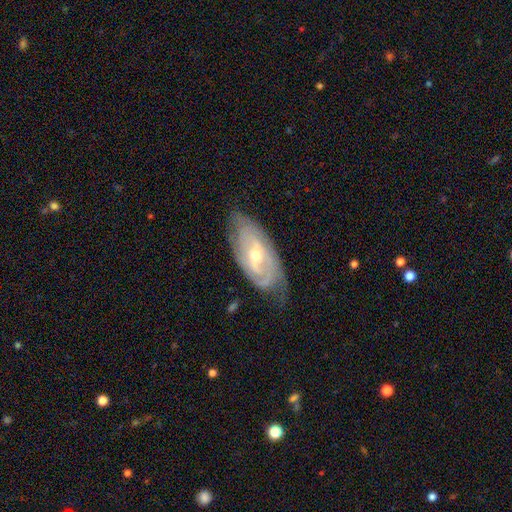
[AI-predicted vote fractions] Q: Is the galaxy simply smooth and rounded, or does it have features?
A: featured or disk — 80%.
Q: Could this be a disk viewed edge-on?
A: no — 91%.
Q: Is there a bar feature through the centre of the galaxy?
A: weak — 43%.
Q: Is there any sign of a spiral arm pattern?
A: yes — 89%.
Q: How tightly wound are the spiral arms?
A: tight — 59%.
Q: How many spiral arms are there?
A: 2 — 42%.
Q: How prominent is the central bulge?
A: moderate — 56%.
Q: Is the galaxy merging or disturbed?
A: none — 66%.